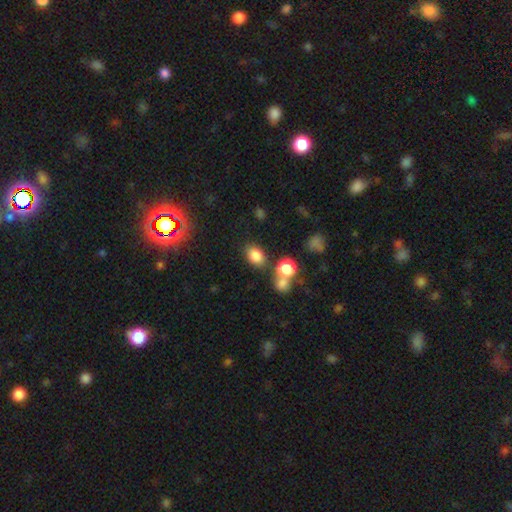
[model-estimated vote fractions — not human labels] Q: Smooth or featured?
A: smooth (82%); runner-up: star or artifact (12%)
Q: How rounded?
A: in between (70%); runner-up: round (29%)
Q: Merging?
A: none (70%); runner-up: merger (14%)